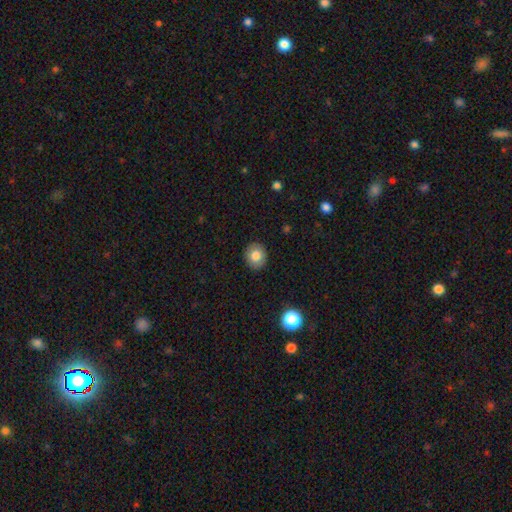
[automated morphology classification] type=smooth (81%); roundness=round (78%); merging=none (90%).